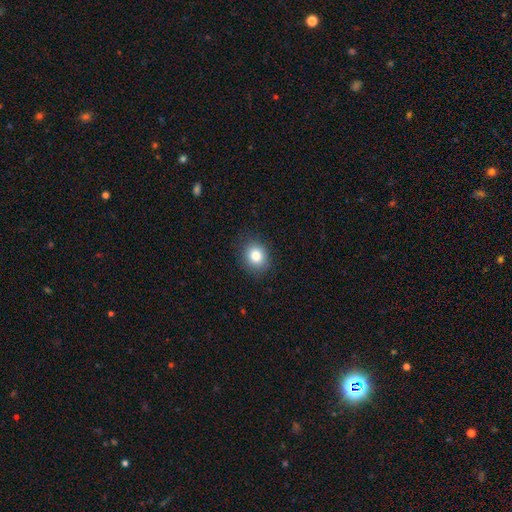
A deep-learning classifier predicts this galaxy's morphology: Smooth or featured?
  - smooth: 83% *
  - star or artifact: 10%
  - featured or disk: 7%
How rounded?
  - round: 64% *
  - in between: 35%
  - cigar-shaped: 1%
Merging?
  - none: 87% *
  - minor disturbance: 10%
  - major disturbance: 3%
  - merger: 1%